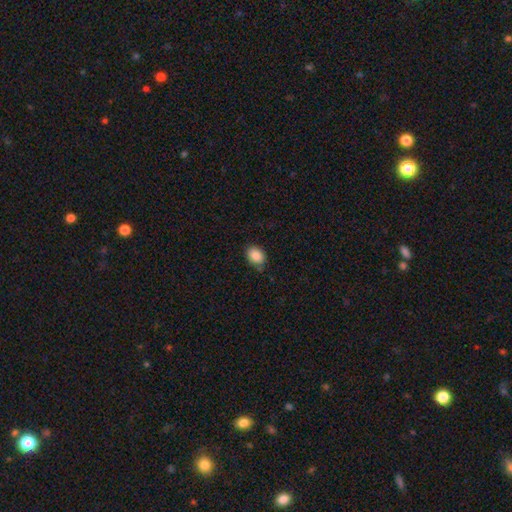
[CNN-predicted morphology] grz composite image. It shows a smooth galaxy with no disk features (88%) that is in between round and cigar-shaped (65%). Merging: none (76%).